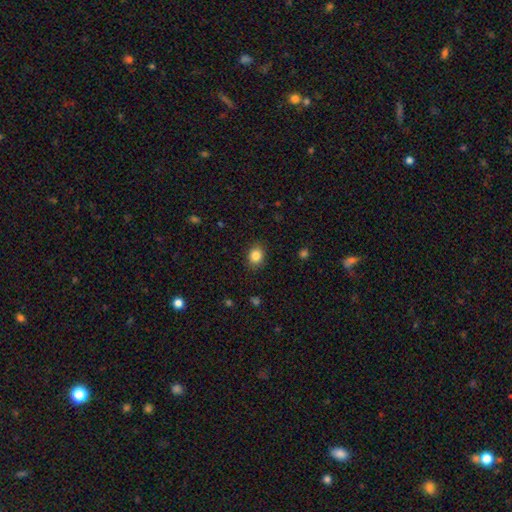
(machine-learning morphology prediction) A smooth galaxy with no disk features (85%) that is round (58%). Merging: none (87%).